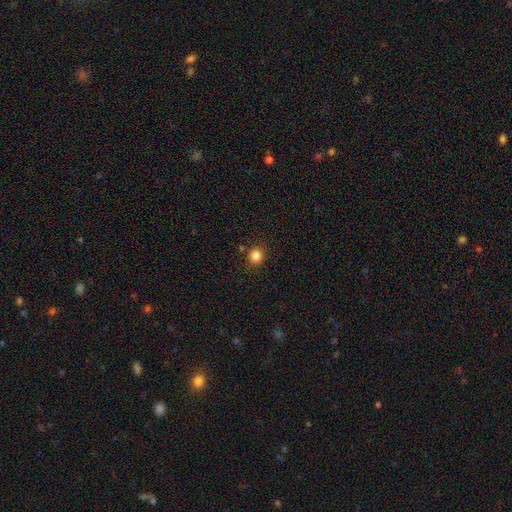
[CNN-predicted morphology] Q: Smooth or featured?
A: smooth (83%); runner-up: star or artifact (13%)
Q: How rounded?
A: round (85%); runner-up: in between (14%)
Q: Merging?
A: none (87%); runner-up: minor disturbance (8%)